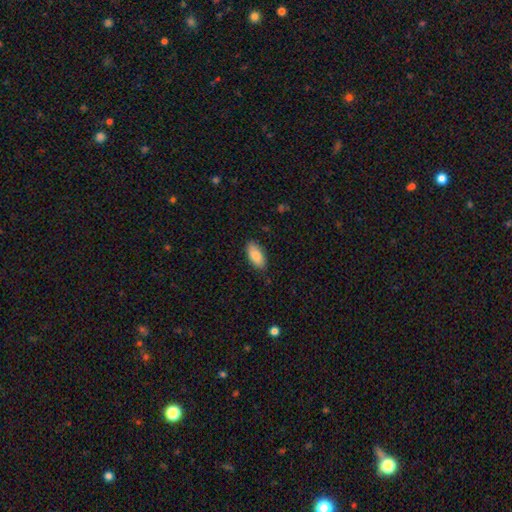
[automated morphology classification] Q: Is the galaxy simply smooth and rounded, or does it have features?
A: smooth — 86%.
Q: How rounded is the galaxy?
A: in between — 90%.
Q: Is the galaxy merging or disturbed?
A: none — 84%.